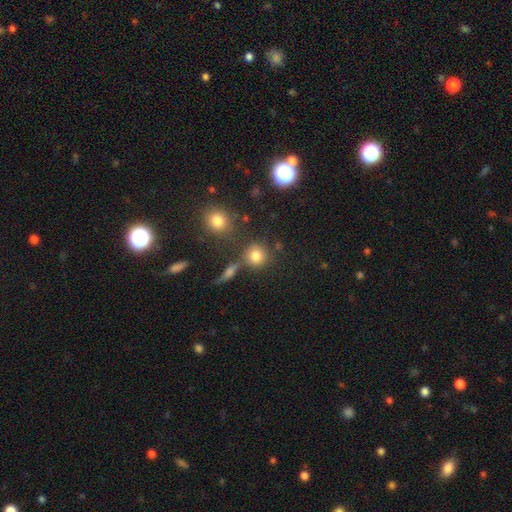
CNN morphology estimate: Smooth or featured: smooth — 78% (star or artifact — 14%)
How rounded: round — 87% (in between — 11%)
Merging: none — 70% (merger — 15%)